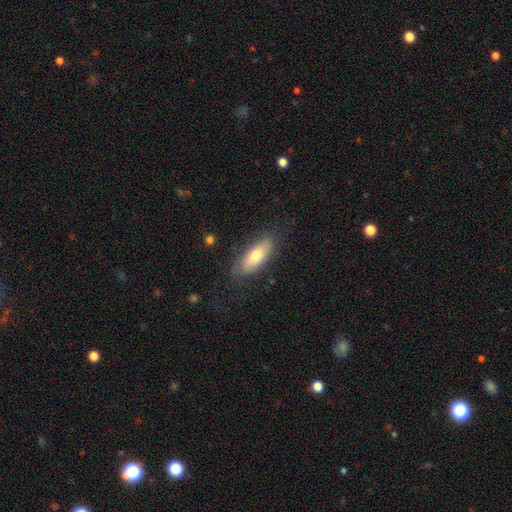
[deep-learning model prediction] smooth-or-featured: smooth: 68% | featured or disk: 26% | star or artifact: 6%
  how-rounded: in between: 73% | cigar-shaped: 24% | round: 2%
  merging: none: 77% | minor disturbance: 16% | major disturbance: 5% | merger: 1%